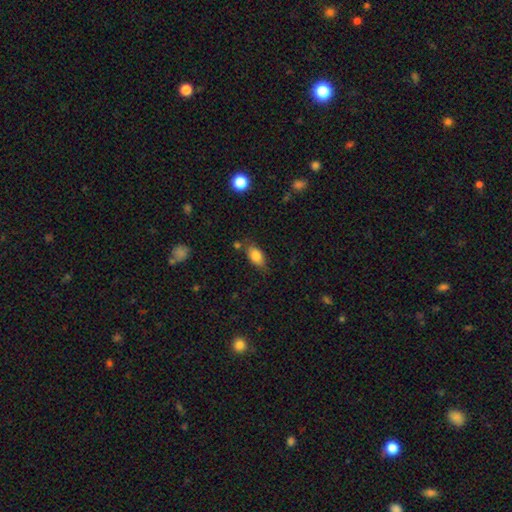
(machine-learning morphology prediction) This is clearly a smooth galaxy (82%). How rounded: clearly in between (87%). Merging: likely none (66%).